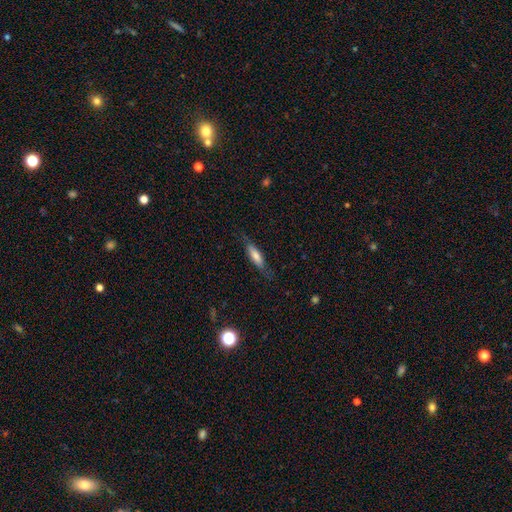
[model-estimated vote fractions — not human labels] This appears to be a smooth galaxy with no disk features (65%) that is cigar-shaped (68%). Merging: none (76%).